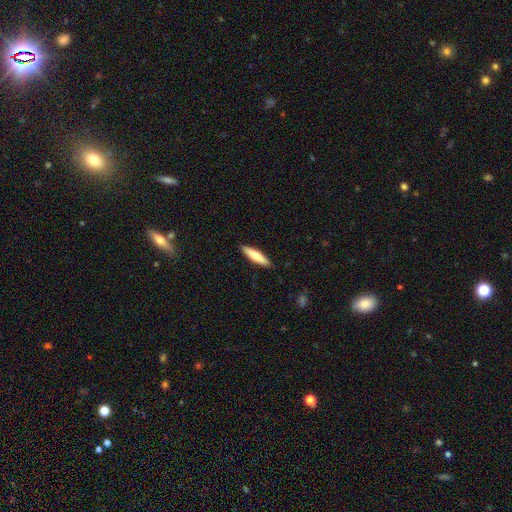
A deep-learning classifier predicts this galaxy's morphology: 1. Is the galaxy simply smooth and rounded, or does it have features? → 66% smooth, 28% featured or disk, 5% star or artifact.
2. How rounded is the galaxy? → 78% cigar-shaped, 20% in between, 1% round.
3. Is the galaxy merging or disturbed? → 90% none, 8% minor disturbance, 2% major disturbance, 1% merger.